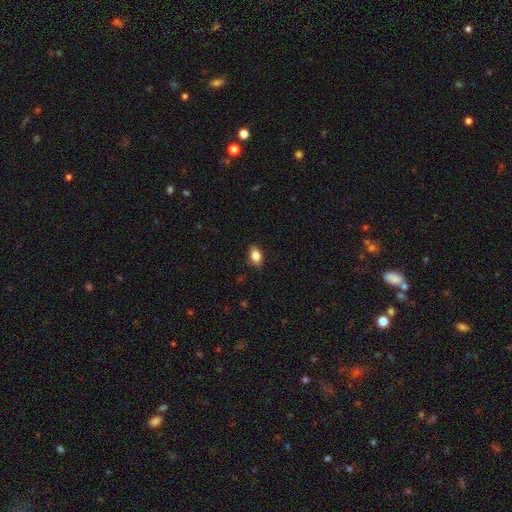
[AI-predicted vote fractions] Smooth or featured? Predicted: smooth (p=0.81). How rounded? Predicted: in between (p=0.87). Merging? Predicted: none (p=0.86).